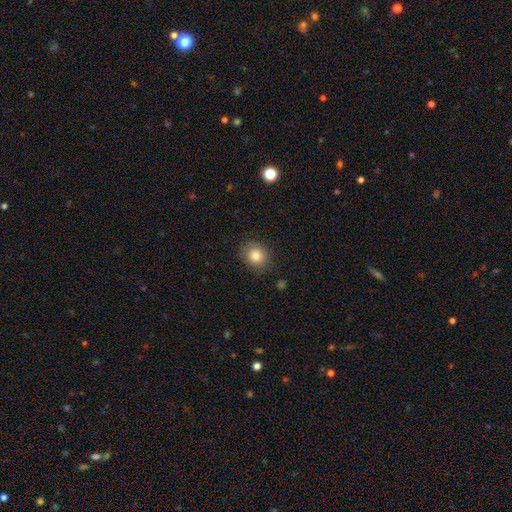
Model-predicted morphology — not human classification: smooth 82%, star or artifact 10%, featured or disk 7%. Down the decision tree: how rounded — round (73%); merging — none (86%).